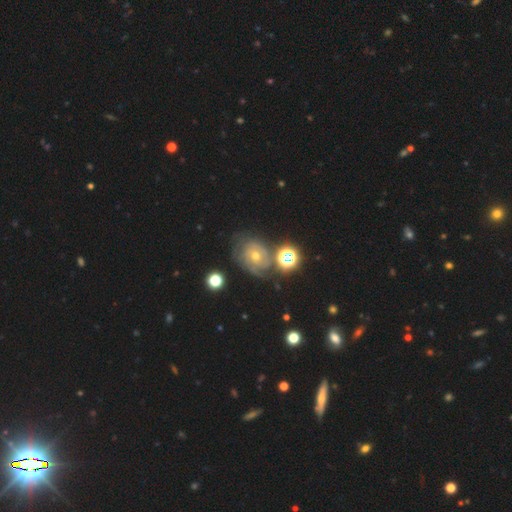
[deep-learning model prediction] Q: Smooth or featured?
A: featured or disk (63%); runner-up: smooth (20%)
Q: Edge-on disk?
A: no (96%); runner-up: yes (4%)
Q: Bar?
A: no (78%); runner-up: weak (17%)
Q: Spiral arms?
A: yes (84%); runner-up: no (16%)
Q: Spiral winding?
A: tight (69%); runner-up: medium (24%)
Q: Spiral arm count?
A: can't tell (48%); runner-up: 2 (21%)
Q: Bulge size?
A: small (55%); runner-up: moderate (40%)
Q: Merging?
A: none (63%); runner-up: minor disturbance (18%)